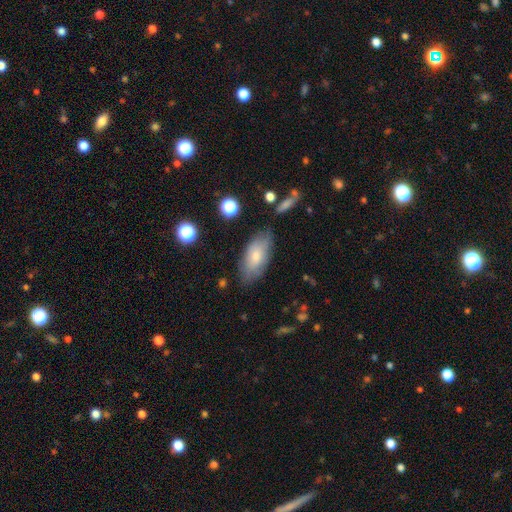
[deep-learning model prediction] A smooth galaxy with no disk features (73%) that is in between round and cigar-shaped (89%).

Vote fractions:
- Smooth or featured? smooth: 73% / featured or disk: 20% / star or artifact: 7%
- How rounded? in between: 89% / cigar-shaped: 8% / round: 3%
- Merging? none: 73% / minor disturbance: 19% / major disturbance: 5% / merger: 3%